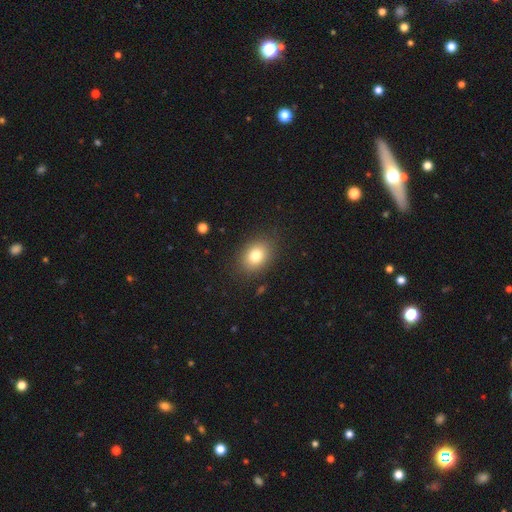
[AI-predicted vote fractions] smooth-or-featured: smooth: 79% | star or artifact: 10% | featured or disk: 10%
  how-rounded: in between: 61% | round: 38% | cigar-shaped: 1%
  merging: none: 86% | minor disturbance: 10% | major disturbance: 3% | merger: 1%